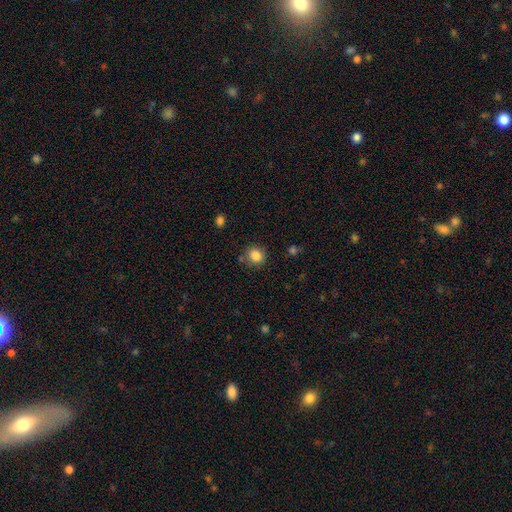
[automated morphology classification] This appears to be a smooth galaxy with no disk features (85%) that is round (85%). Merging: none (79%).